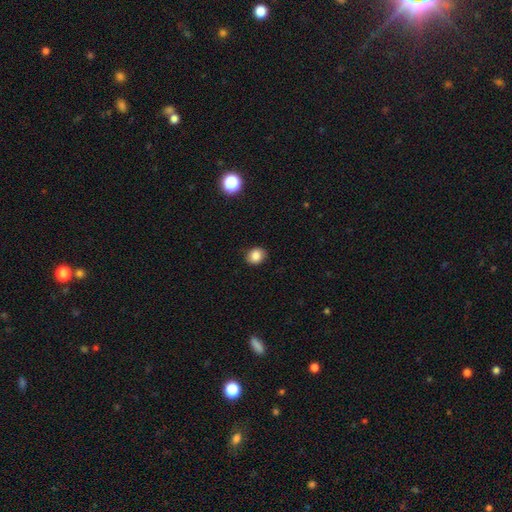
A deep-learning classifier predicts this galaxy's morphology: type=smooth (85%); roundness=round (59%); merging=none (87%).